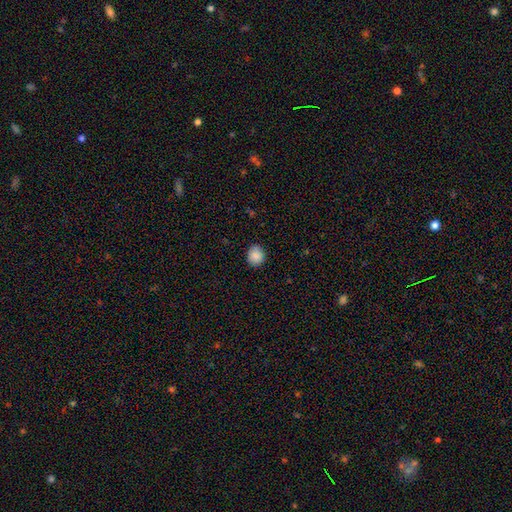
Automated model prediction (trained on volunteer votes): Smooth or featured? Predicted: smooth (p=0.88). How rounded? Predicted: round (p=0.68). Merging? Predicted: none (p=0.87).